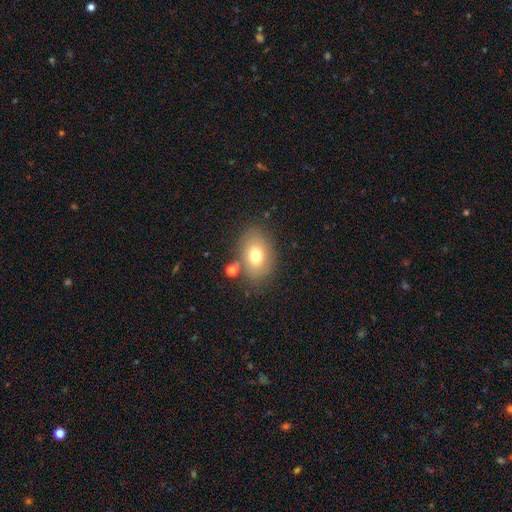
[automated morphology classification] smooth 74%, featured or disk 17%, star or artifact 10%. Down the decision tree: how rounded — in between (79%); merging — none (75%).